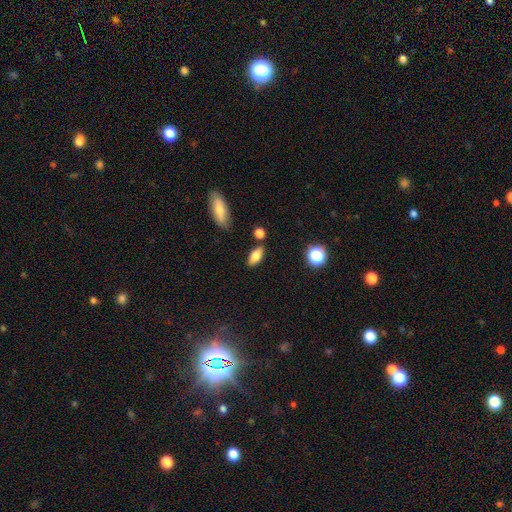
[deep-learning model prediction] Smooth or featured?
  - smooth: 76% *
  - featured or disk: 16%
  - star or artifact: 8%
How rounded?
  - in between: 76% *
  - cigar-shaped: 20%
  - round: 4%
Merging?
  - none: 82% *
  - minor disturbance: 11%
  - merger: 5%
  - major disturbance: 3%